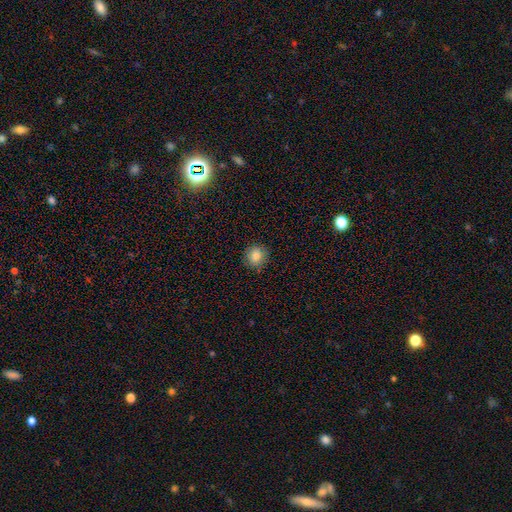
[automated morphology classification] This is clearly a smooth galaxy (83%). How rounded: clearly round (87%). Merging: clearly none (89%).